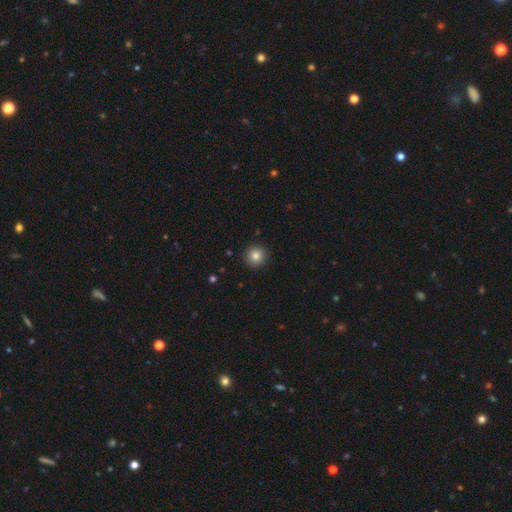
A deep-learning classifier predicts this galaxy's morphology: smooth-or-featured: smooth: 83% | star or artifact: 11% | featured or disk: 7%
  how-rounded: round: 95% | in between: 4% | cigar-shaped: 1%
  merging: none: 92% | minor disturbance: 5% | major disturbance: 2% | merger: 1%